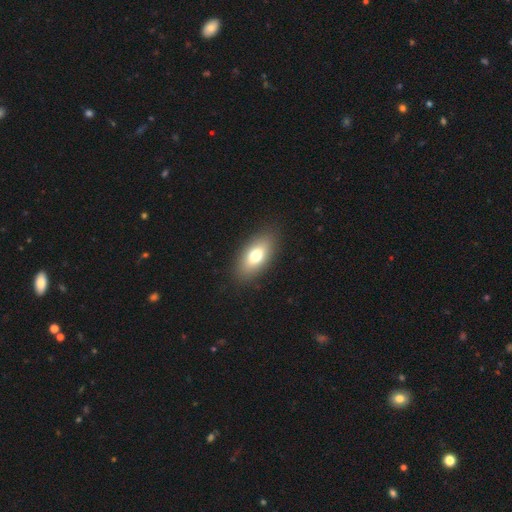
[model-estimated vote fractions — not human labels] The model was most divided on "smooth or featured": smooth: 73%, featured or disk: 19%, star or artifact: 8%. More confident: merging — none (88%); how rounded — in between (87%).